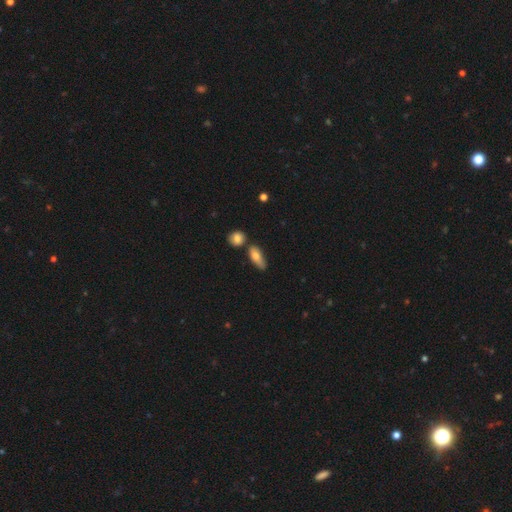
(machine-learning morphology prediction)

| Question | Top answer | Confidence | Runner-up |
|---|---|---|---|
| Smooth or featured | smooth | 77% | featured or disk (15%) |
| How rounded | in between | 71% | cigar-shaped (23%) |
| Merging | none | 56% | minor disturbance (25%) |